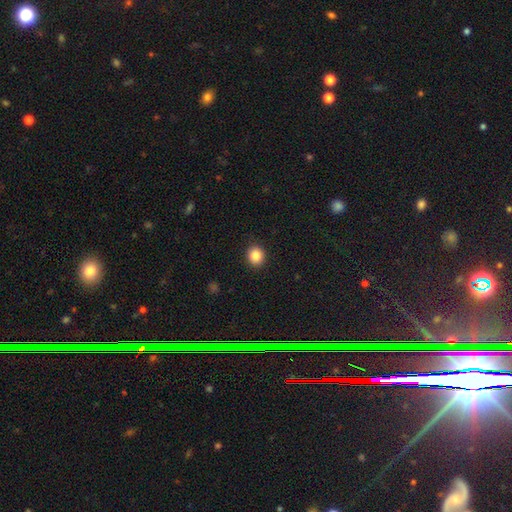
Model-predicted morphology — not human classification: This appears to be a smooth galaxy with no disk features (86%) that is round (85%). Merging: none (92%).